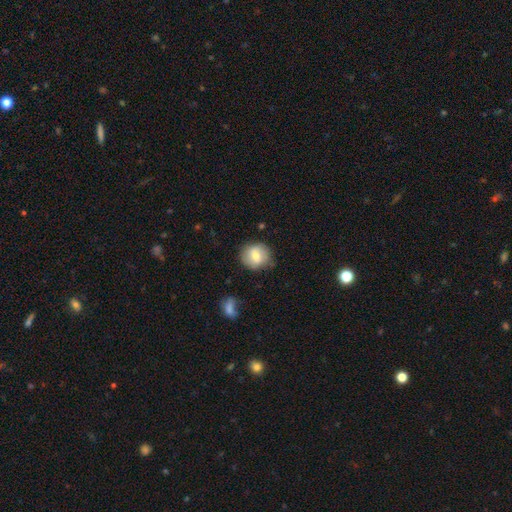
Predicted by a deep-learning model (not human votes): A smooth galaxy with no disk features (62%) that is round (82%).

Vote fractions:
- Smooth or featured? smooth: 62% / featured or disk: 30% / star or artifact: 8%
- How rounded? round: 82% / in between: 17% / cigar-shaped: 1%
- Merging? none: 77% / minor disturbance: 16% / major disturbance: 4% / merger: 2%